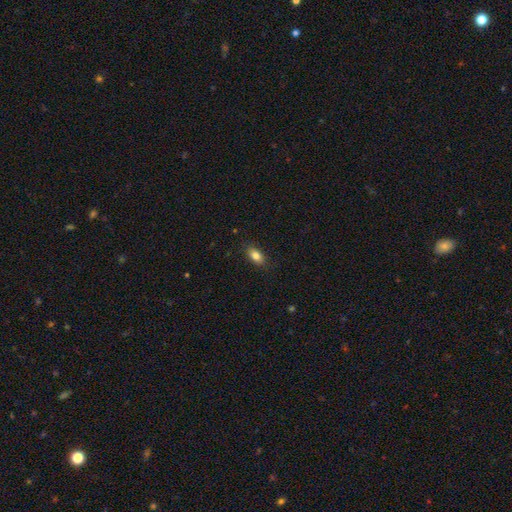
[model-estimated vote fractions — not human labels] Q: Smooth or featured?
A: smooth (83%); runner-up: star or artifact (8%)
Q: How rounded?
A: in between (88%); runner-up: round (7%)
Q: Merging?
A: none (86%); runner-up: minor disturbance (11%)